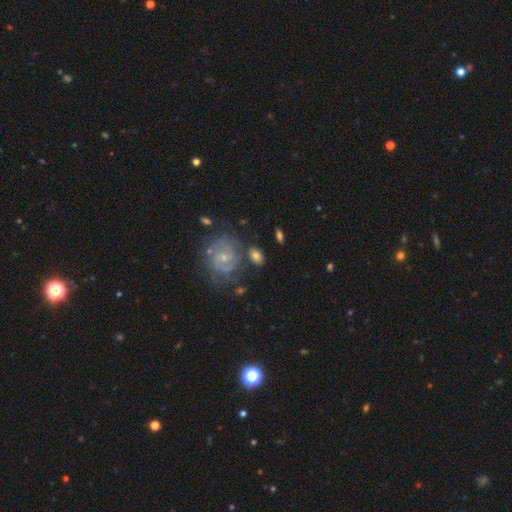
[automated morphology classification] This is possibly a smooth galaxy (51%). How rounded: likely in between (78%). Merging: likely none (67%).